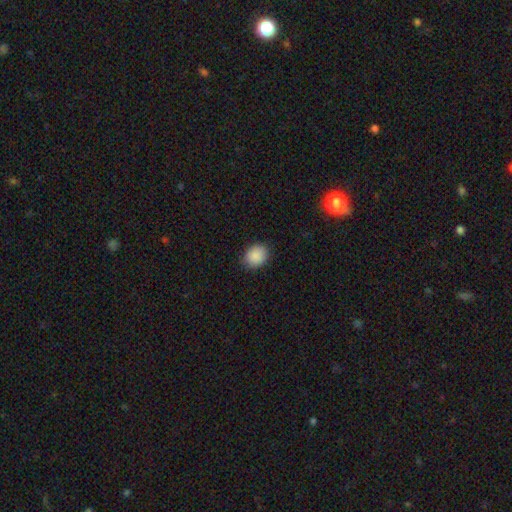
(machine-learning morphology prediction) Q: Smooth or featured?
A: smooth (89%); runner-up: star or artifact (8%)
Q: How rounded?
A: round (56%); runner-up: in between (43%)
Q: Merging?
A: none (85%); runner-up: minor disturbance (12%)